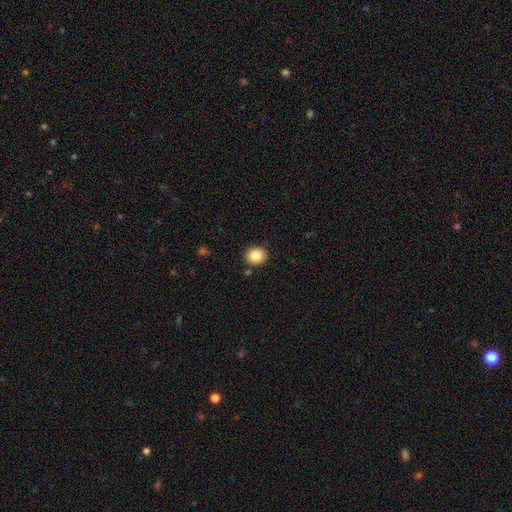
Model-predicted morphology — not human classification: smooth_or_featured: smooth (p=0.85) [alt: star or artifact p=0.09]
how_rounded: round (p=0.81) [alt: in between p=0.19]
merging: none (p=0.87) [alt: minor disturbance p=0.08]